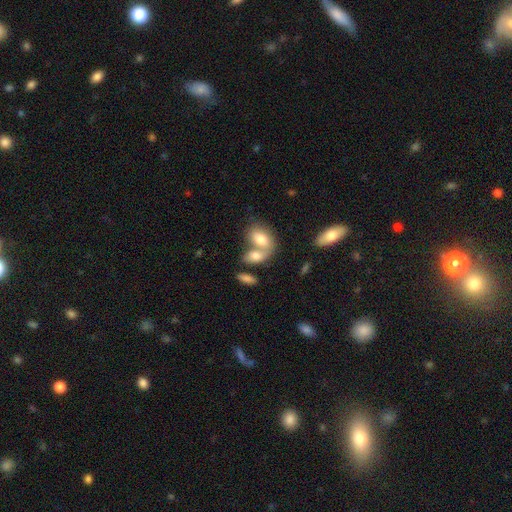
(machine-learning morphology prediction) Q: Smooth or featured?
A: smooth (74%); runner-up: featured or disk (18%)
Q: How rounded?
A: in between (85%); runner-up: round (11%)
Q: Merging?
A: merger (60%); runner-up: none (27%)